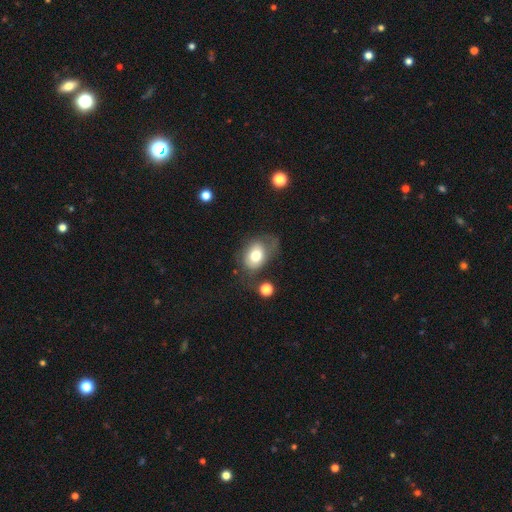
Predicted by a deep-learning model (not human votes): A smooth galaxy with no disk features (70%) that is in between round and cigar-shaped (68%). Merging: none (44%).